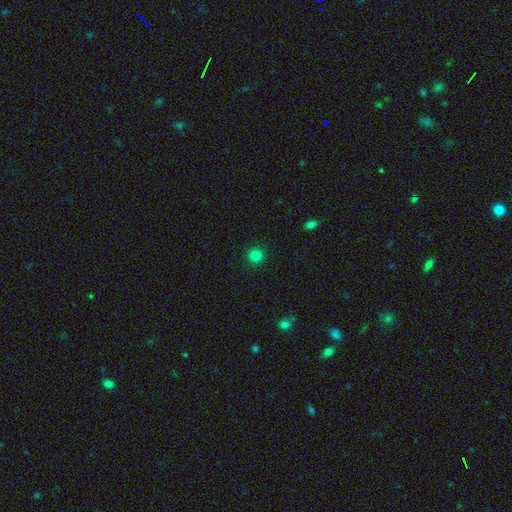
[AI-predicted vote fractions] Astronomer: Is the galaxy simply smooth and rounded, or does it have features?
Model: smooth — 82%.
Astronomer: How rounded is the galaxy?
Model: round — 95%.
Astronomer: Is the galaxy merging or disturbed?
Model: none — 92%.